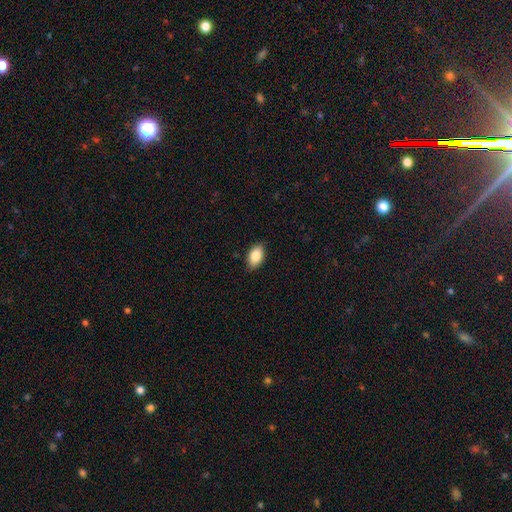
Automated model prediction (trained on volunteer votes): Smooth or featured? Predicted: smooth (p=0.85). How rounded? Predicted: in between (p=0.92). Merging? Predicted: none (p=0.87).